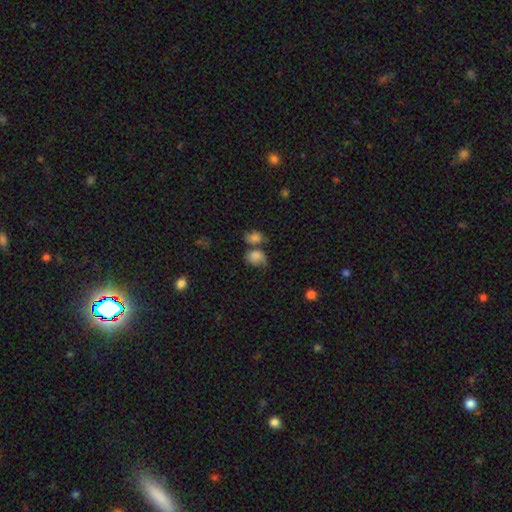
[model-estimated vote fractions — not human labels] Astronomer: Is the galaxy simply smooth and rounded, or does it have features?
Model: smooth — 75%.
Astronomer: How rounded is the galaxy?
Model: in between — 53% (runner-up: round, 46%).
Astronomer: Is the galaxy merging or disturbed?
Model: none — 34% (runner-up: merger, 28%).